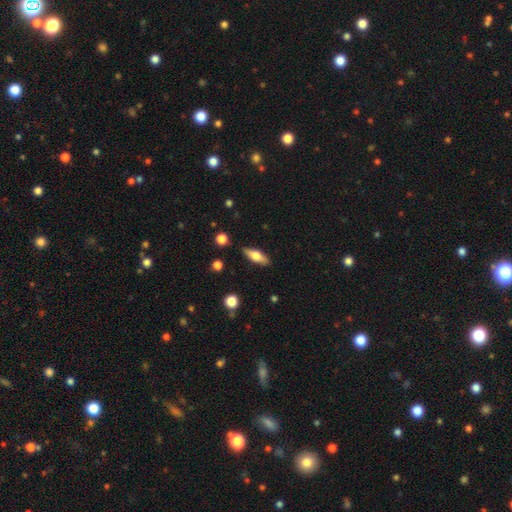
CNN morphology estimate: This is possibly a smooth galaxy (55%). How rounded: possibly in between (55%). Merging: clearly none (85%).